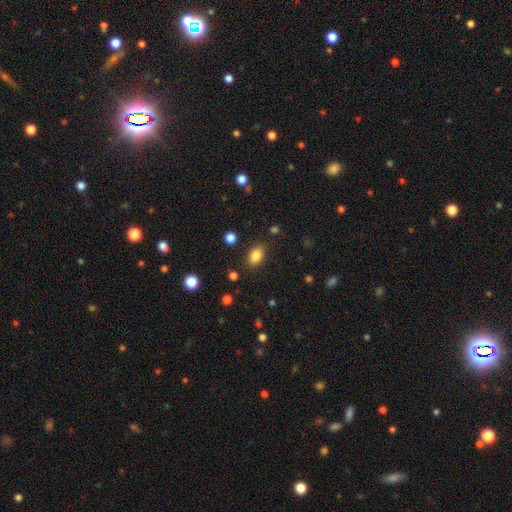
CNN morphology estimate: Smooth or featured? Predicted: smooth (p=0.84). How rounded? Predicted: in between (p=0.83). Merging? Predicted: none (p=0.84).